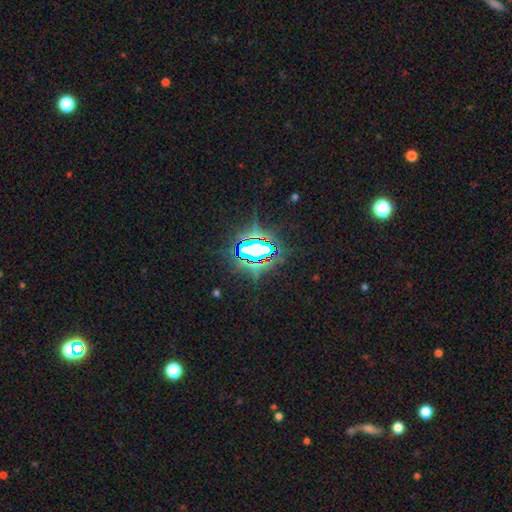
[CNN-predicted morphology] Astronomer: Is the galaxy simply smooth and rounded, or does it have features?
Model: star or artifact — 77%.